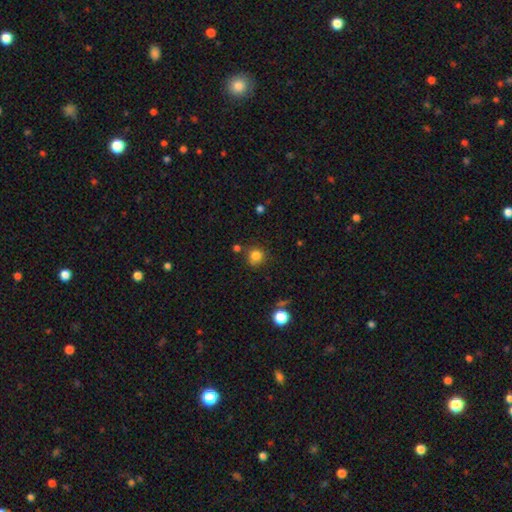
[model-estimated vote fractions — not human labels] Smooth or featured: smooth — 81% (star or artifact — 13%)
How rounded: round — 90% (in between — 9%)
Merging: none — 77% (minor disturbance — 12%)